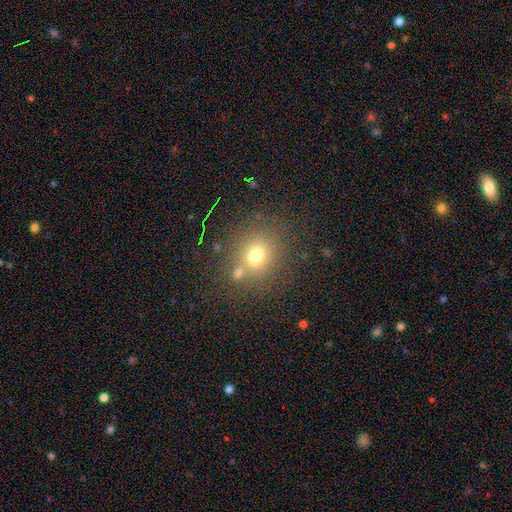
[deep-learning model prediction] Smooth or featured: smooth — 68% (star or artifact — 21%)
How rounded: round — 82% (in between — 17%)
Merging: none — 73% (merger — 12%)